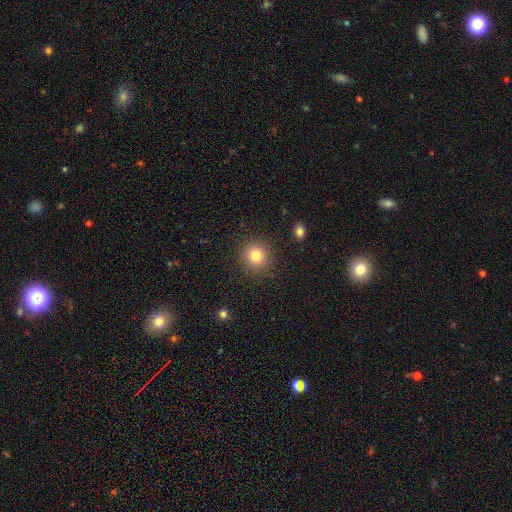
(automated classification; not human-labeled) Overall: smooth (81%). How rounded: round (90%). Merging: none (89%).